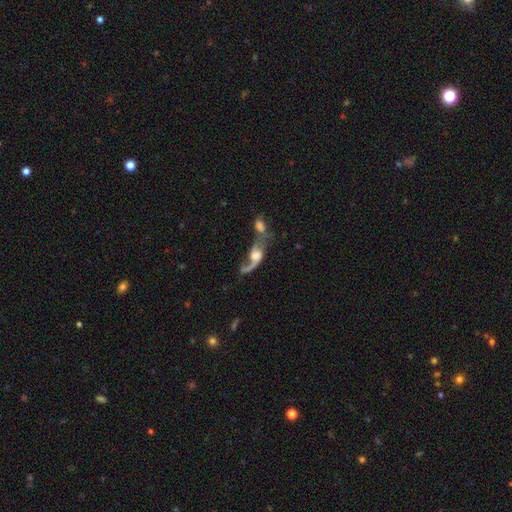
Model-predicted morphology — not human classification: Smooth or featured? Predicted: featured or disk (p=0.71). Edge-on disk? Predicted: no (p=0.91). Bar? Predicted: no (p=0.59). Spiral arms? Predicted: yes (p=0.85). Spiral winding? Predicted: loose (p=0.82). Spiral arm count? Predicted: 2 (p=0.60). Bulge size? Predicted: moderate (p=0.42). Merging? Predicted: merger (p=0.61).